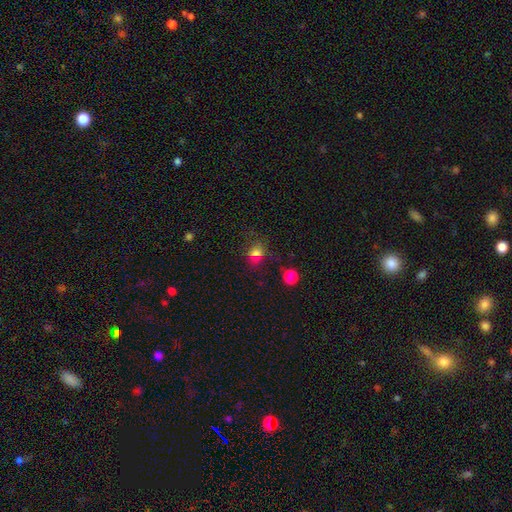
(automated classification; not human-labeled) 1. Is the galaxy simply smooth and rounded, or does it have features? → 67% smooth, 23% star or artifact, 9% featured or disk.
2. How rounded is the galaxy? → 63% round, 36% in between, 2% cigar-shaped.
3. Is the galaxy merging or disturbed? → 71% none, 15% minor disturbance, 9% merger, 6% major disturbance.